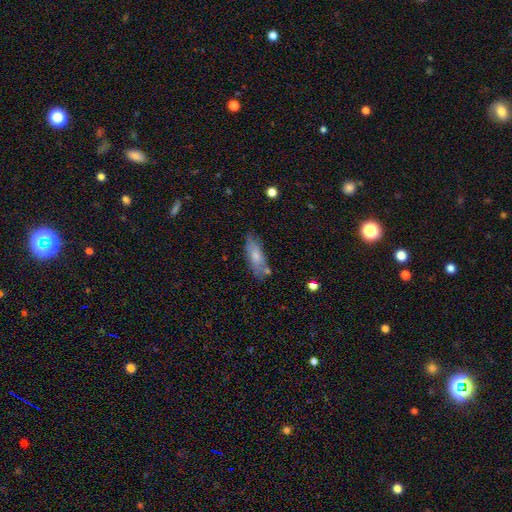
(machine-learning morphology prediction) Smooth or featured?
  - smooth: 68% *
  - featured or disk: 26%
  - star or artifact: 7%
How rounded?
  - in between: 62% *
  - cigar-shaped: 36%
  - round: 2%
Merging?
  - none: 66% *
  - minor disturbance: 21%
  - merger: 7%
  - major disturbance: 5%